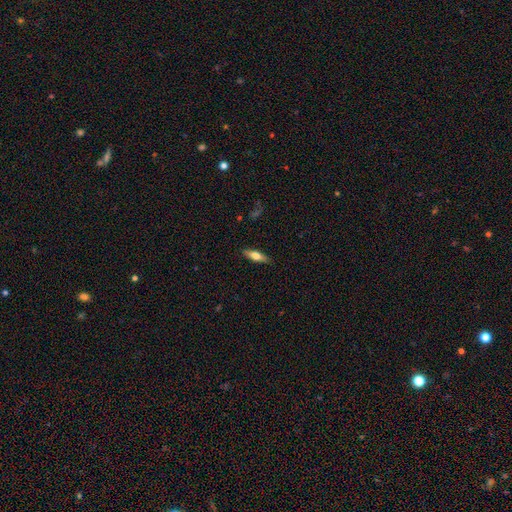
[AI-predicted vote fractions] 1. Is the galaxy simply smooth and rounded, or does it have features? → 60% smooth, 34% featured or disk, 6% star or artifact.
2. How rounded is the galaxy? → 55% cigar-shaped, 42% in between, 2% round.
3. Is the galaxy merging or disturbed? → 88% none, 9% minor disturbance, 2% major disturbance, 1% merger.